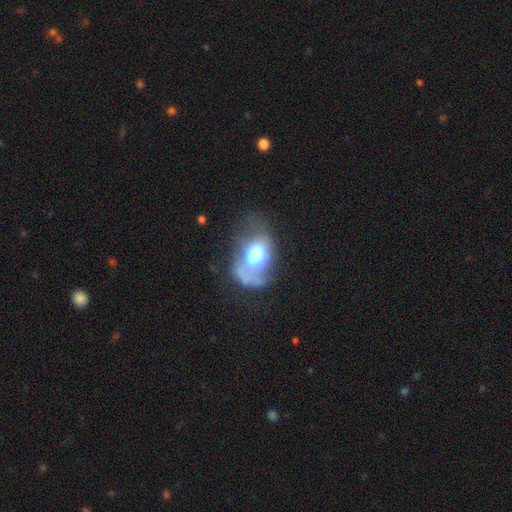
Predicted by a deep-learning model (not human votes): Smooth or featured? Predicted: smooth (p=0.51). How rounded? Predicted: in between (p=0.66). Merging? Predicted: major disturbance (p=0.40).